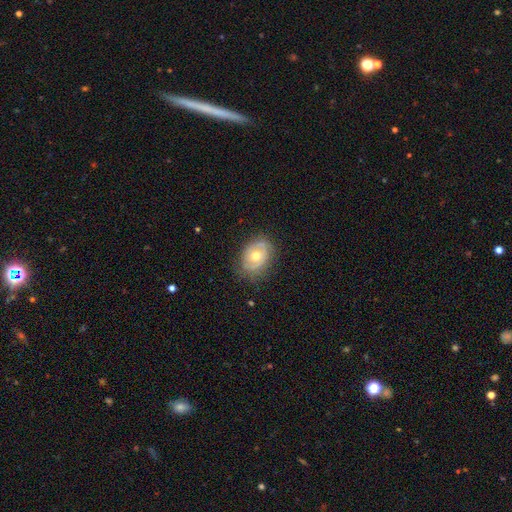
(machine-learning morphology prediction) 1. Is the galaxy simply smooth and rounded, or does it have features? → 56% featured or disk, 37% smooth, 7% star or artifact.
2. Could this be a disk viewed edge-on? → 94% no, 6% yes.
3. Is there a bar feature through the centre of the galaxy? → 80% no, 16% weak, 4% strong.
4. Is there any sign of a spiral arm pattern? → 51% yes, 49% no.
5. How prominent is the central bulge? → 75% moderate, 18% small, 5% large, 1% none, 1% dominant.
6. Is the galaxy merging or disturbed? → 72% none, 20% minor disturbance, 6% major disturbance, 1% merger.